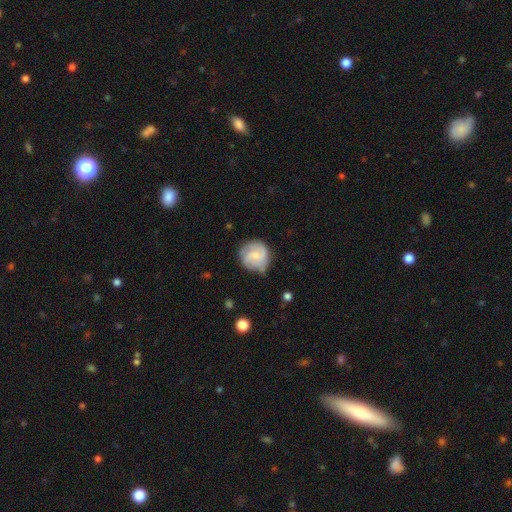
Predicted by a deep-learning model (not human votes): A smooth galaxy with no disk features (50%). Merging: none (65%).